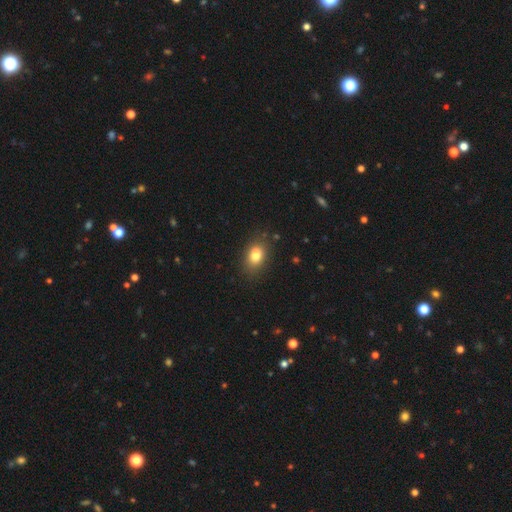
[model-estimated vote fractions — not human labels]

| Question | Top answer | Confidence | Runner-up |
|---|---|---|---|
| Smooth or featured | smooth | 76% | featured or disk (13%) |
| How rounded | in between | 76% | round (22%) |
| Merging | none | 62% | merger (17%) |